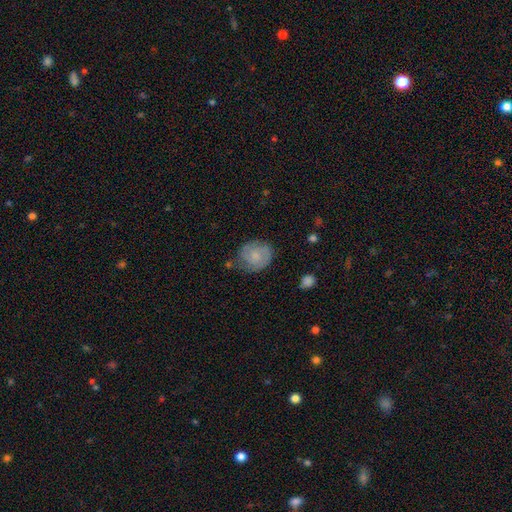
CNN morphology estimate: The model was most divided on "smooth or featured": smooth: 49%, featured or disk: 43%, star or artifact: 7%. More confident: merging — none (65%).